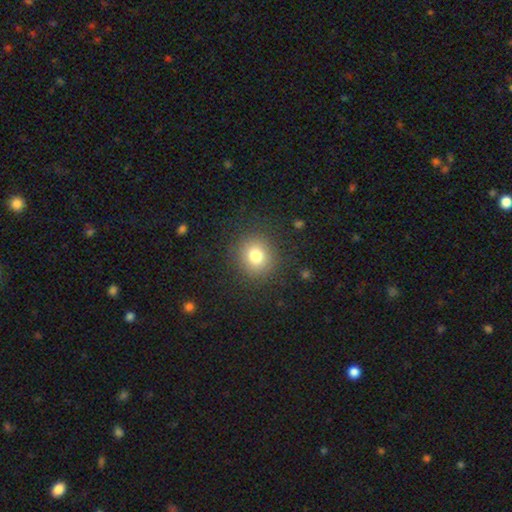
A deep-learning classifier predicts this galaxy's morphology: A smooth galaxy with no disk features (78%) that is round (86%).

Vote fractions:
- Smooth or featured? smooth: 78% / star or artifact: 13% / featured or disk: 9%
- How rounded? round: 86% / in between: 13% / cigar-shaped: 1%
- Merging? none: 87% / minor disturbance: 8% / major disturbance: 4% / merger: 1%